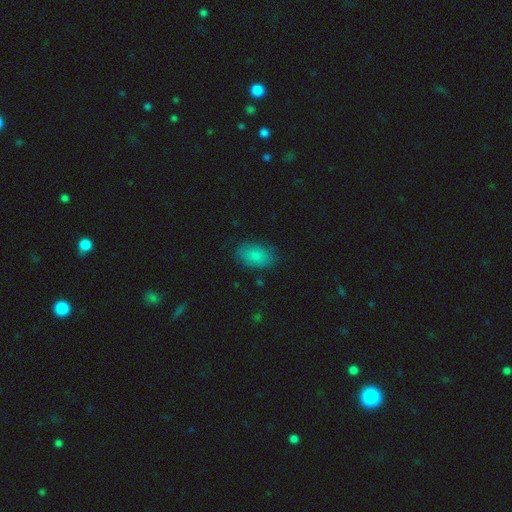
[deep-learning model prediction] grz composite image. It shows a smooth galaxy with no disk features (83%) that is in between round and cigar-shaped (90%). Merging: none (81%).